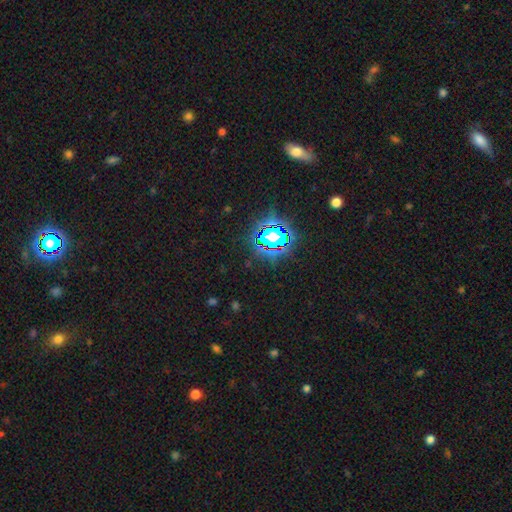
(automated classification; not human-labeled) This is likely a star or artifact rather than a galaxy (78%).